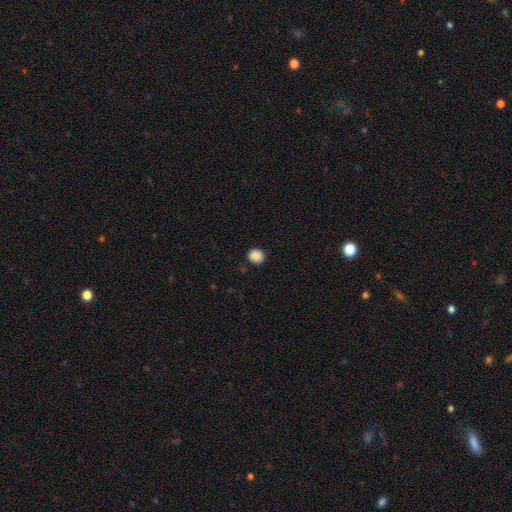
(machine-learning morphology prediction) Q: Smooth or featured?
A: smooth (88%); runner-up: star or artifact (9%)
Q: How rounded?
A: round (90%); runner-up: in between (9%)
Q: Merging?
A: none (91%); runner-up: minor disturbance (6%)